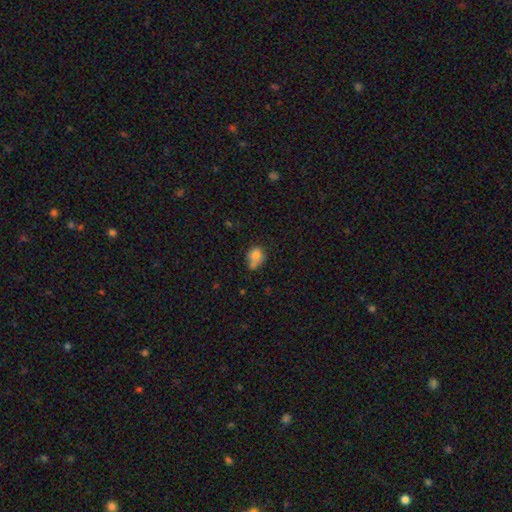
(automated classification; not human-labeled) Overall: smooth (75%). How rounded: round (65%; in between 34%). Merging: none (39%; merger 31%).